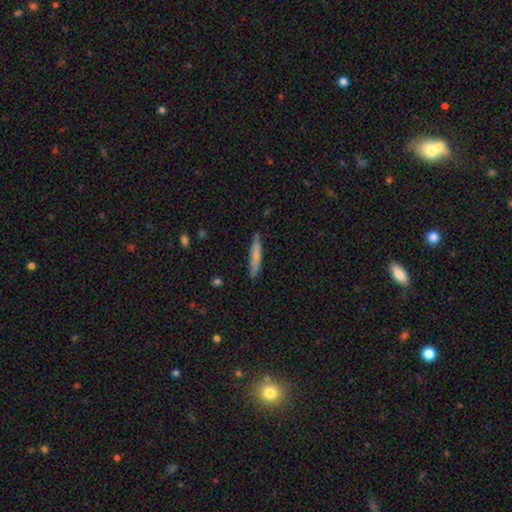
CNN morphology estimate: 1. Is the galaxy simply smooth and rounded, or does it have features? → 67% smooth, 26% featured or disk, 6% star or artifact.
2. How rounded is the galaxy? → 93% cigar-shaped, 5% in between, 1% round.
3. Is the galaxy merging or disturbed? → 82% none, 14% minor disturbance, 2% major disturbance, 2% merger.